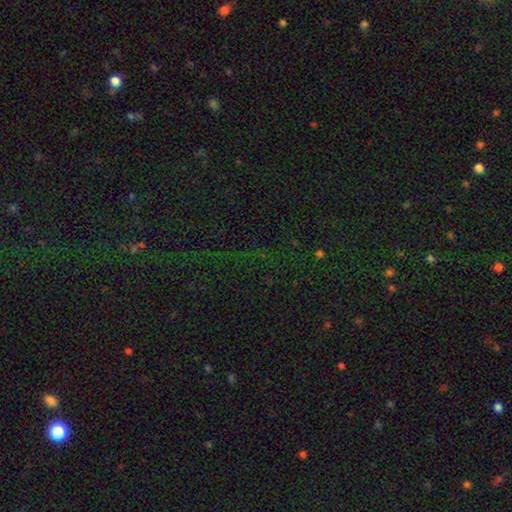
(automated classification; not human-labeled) Smooth or featured? Predicted: star or artifact (p=0.78).